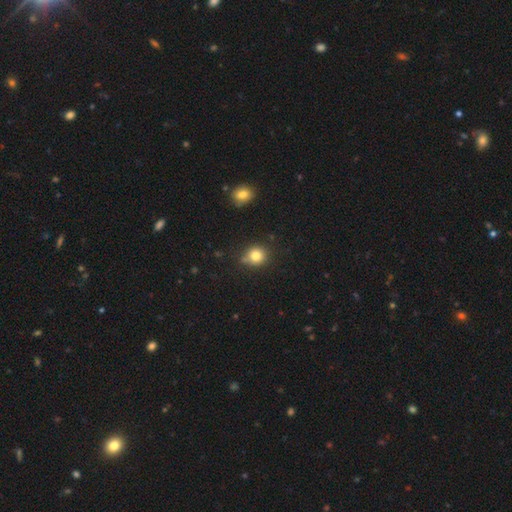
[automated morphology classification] Smooth or featured? smooth (81%)
How rounded? round (84%)
Merging? none (74%)